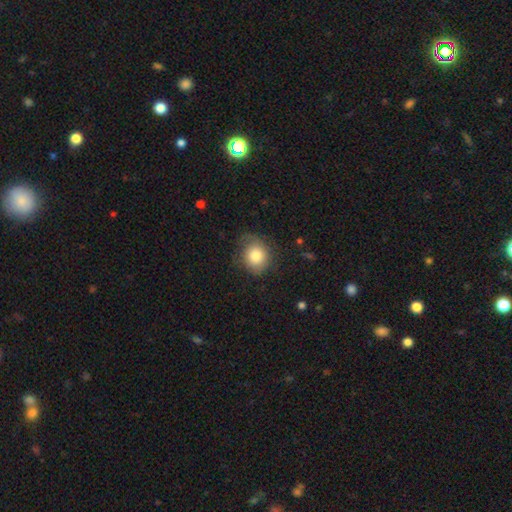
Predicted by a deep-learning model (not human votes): A smooth galaxy with no disk features (80%) that is round (67%).

Vote fractions:
- Smooth or featured? smooth: 80% / featured or disk: 12% / star or artifact: 8%
- How rounded? round: 67% / in between: 33% / cigar-shaped: 1%
- Merging? none: 64% / minor disturbance: 25% / major disturbance: 9% / merger: 1%